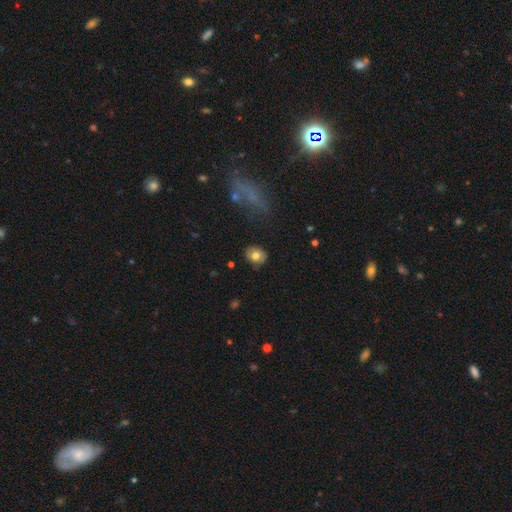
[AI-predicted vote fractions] Smooth or featured?
  - smooth: 73% *
  - featured or disk: 18%
  - star or artifact: 9%
How rounded?
  - round: 68% *
  - in between: 31%
  - cigar-shaped: 1%
Merging?
  - none: 81% *
  - minor disturbance: 14%
  - major disturbance: 3%
  - merger: 2%